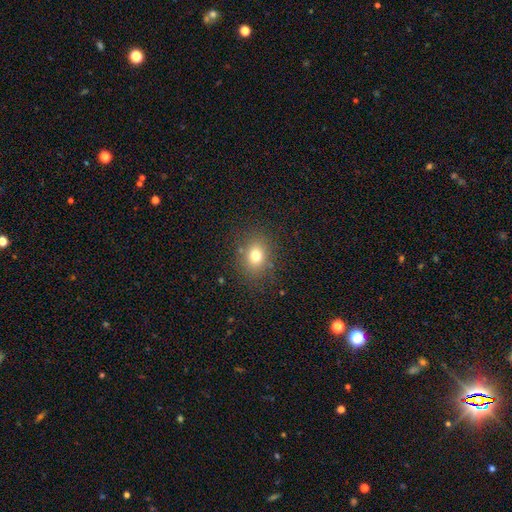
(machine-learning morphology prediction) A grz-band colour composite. It shows a smooth galaxy with no disk features (75%) that is round (54%). Merging: none (84%).